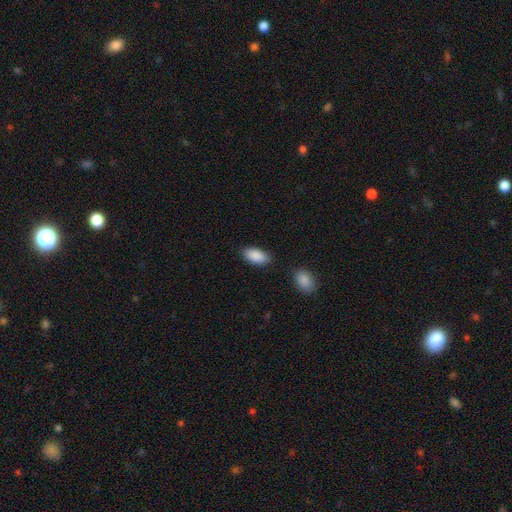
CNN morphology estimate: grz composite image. It shows a smooth galaxy with no disk features (90%) that is in between round and cigar-shaped (93%). Merging: none (83%).